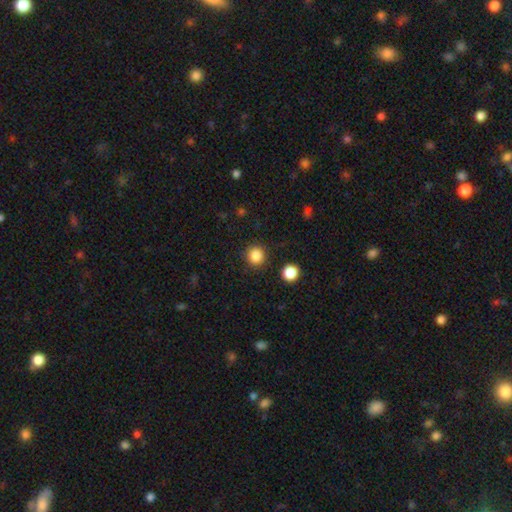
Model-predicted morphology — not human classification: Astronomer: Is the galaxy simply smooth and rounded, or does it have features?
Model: smooth — 85%.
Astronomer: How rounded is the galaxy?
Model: round — 93%.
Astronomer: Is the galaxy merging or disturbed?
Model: none — 90%.